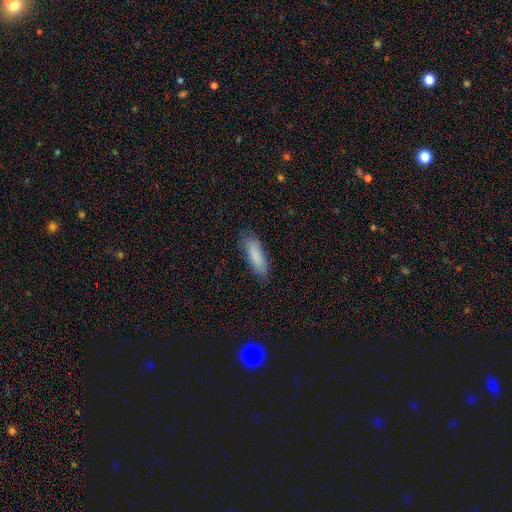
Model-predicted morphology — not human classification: Smooth or featured: smooth — 86% (featured or disk — 8%)
How rounded: cigar-shaped — 50% (in between — 48%)
Merging: none — 80% (minor disturbance — 15%)